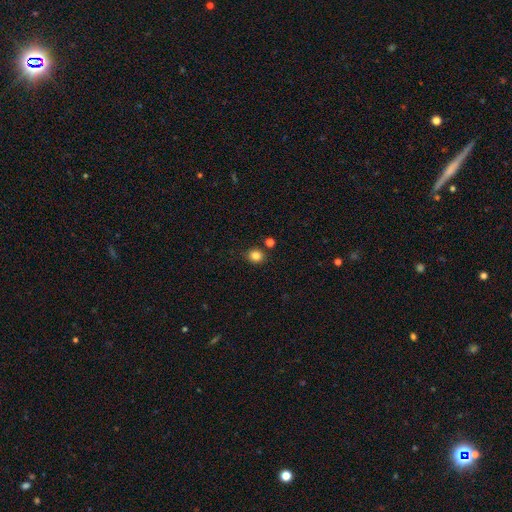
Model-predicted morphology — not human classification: This is clearly a smooth galaxy (84%). How rounded: clearly round (83%). Merging: clearly none (84%).